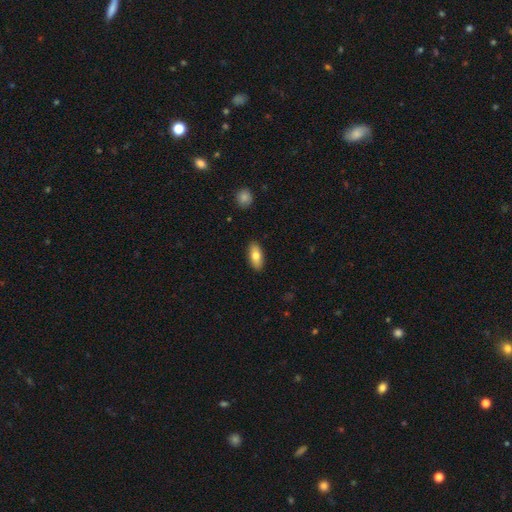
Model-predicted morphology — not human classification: smooth_or_featured: smooth (p=0.77) [alt: featured or disk p=0.17]
how_rounded: in between (p=0.84) [alt: cigar-shaped p=0.13]
merging: none (p=0.90) [alt: minor disturbance p=0.08]